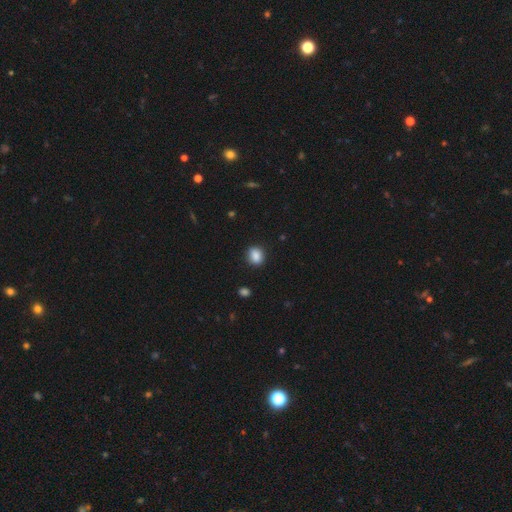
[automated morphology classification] A smooth galaxy with no disk features (87%) that is round (58%). Merging: none (88%).